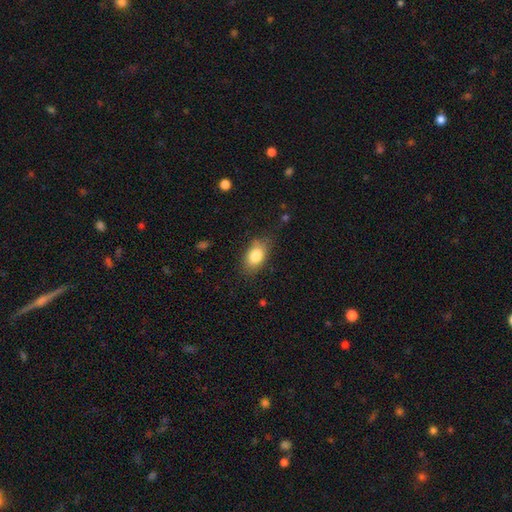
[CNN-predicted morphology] type=smooth (83%); roundness=in between (89%); merging=none (77%).